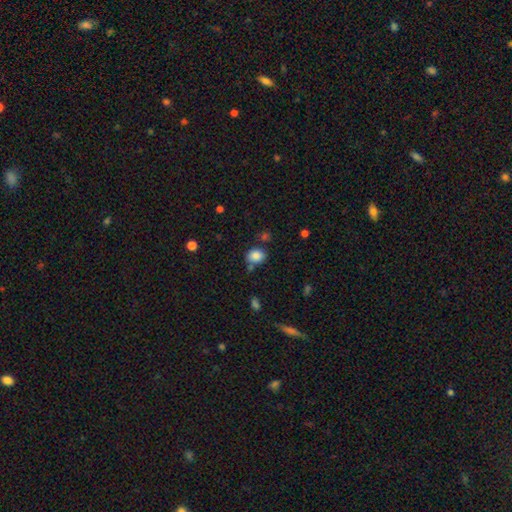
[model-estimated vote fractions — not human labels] smooth-or-featured: smooth: 85% | star or artifact: 10% | featured or disk: 6%
  how-rounded: in between: 50% | round: 49% | cigar-shaped: 1%
  merging: none: 69% | minor disturbance: 16% | merger: 11% | major disturbance: 5%